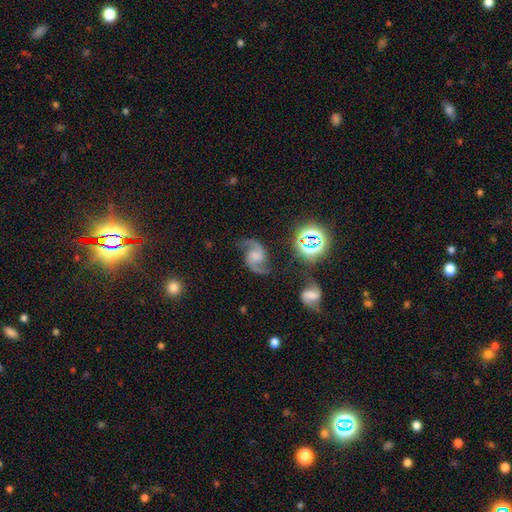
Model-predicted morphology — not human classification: featured or disk 86%, star or artifact 8%, smooth 6%. Down the decision tree: edge-on disk — no (98%); bar — no (54%); spiral arms — yes (97%); spiral arm count — 2 (94%); spiral winding — loose (53%); bulge size — moderate (33%); merging — none (75%).